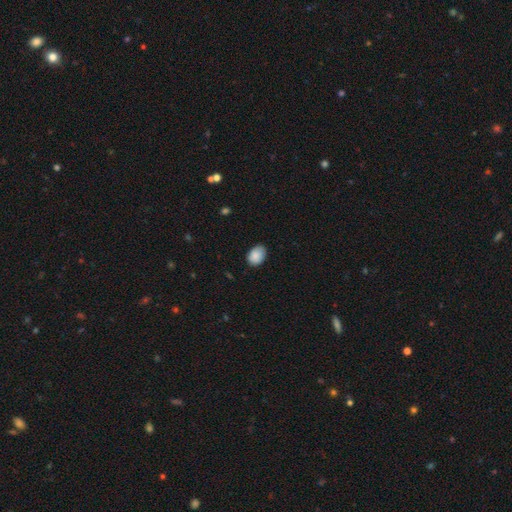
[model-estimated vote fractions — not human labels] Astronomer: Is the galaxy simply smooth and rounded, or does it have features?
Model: smooth — 87%.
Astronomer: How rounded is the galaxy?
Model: in between — 75%.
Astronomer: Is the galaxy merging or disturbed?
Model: none — 75%.